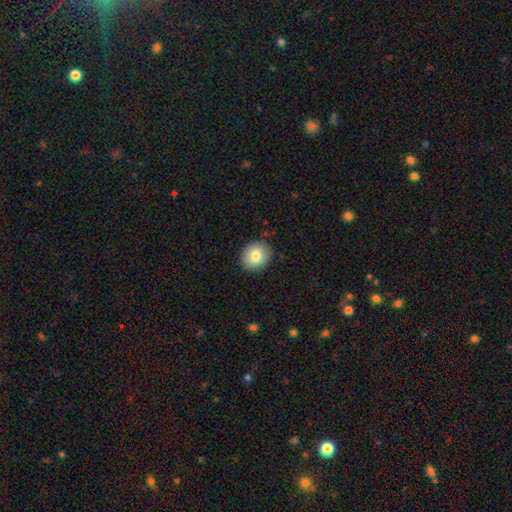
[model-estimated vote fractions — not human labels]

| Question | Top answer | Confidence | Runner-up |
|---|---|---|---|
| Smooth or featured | smooth | 82% | featured or disk (10%) |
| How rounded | round | 70% | in between (29%) |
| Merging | none | 88% | minor disturbance (9%) |